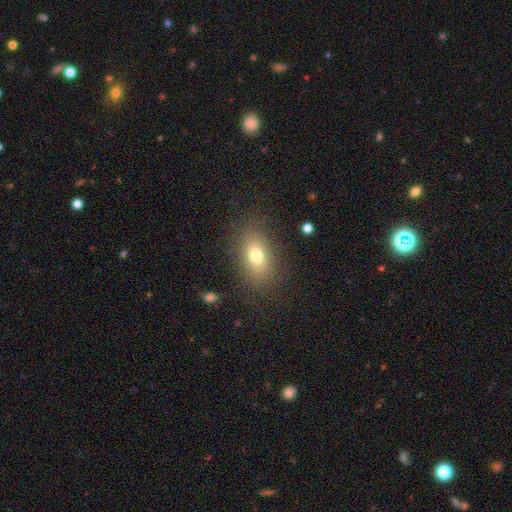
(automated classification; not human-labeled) The model was most divided on "smooth or featured": smooth: 76%, featured or disk: 13%, star or artifact: 11%. More confident: how rounded — in between (84%); merging — none (83%).